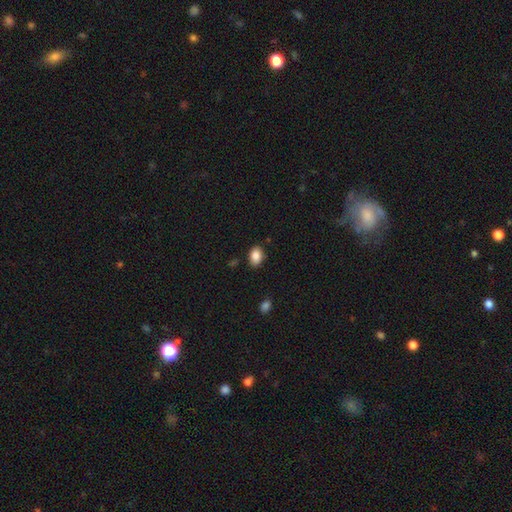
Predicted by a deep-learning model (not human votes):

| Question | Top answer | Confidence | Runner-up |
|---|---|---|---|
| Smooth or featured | smooth | 87% | star or artifact (8%) |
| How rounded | in between | 83% | round (16%) |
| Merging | none | 85% | minor disturbance (11%) |